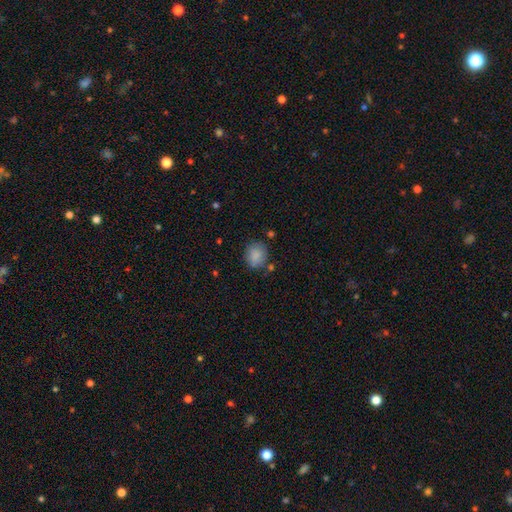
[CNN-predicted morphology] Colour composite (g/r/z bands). It shows a smooth galaxy with no disk features (86%) that is round (67%). Merging: none (76%).